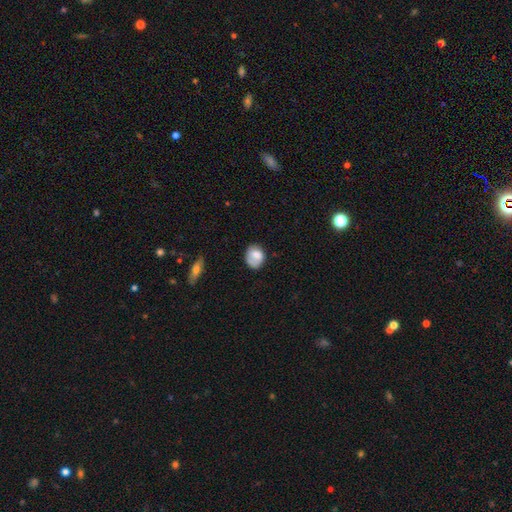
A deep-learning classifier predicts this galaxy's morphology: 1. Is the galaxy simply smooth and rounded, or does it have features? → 73% smooth, 19% featured or disk, 8% star or artifact.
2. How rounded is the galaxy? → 52% round, 47% in between, 1% cigar-shaped.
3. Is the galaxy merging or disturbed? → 57% none, 28% minor disturbance, 11% major disturbance, 4% merger.